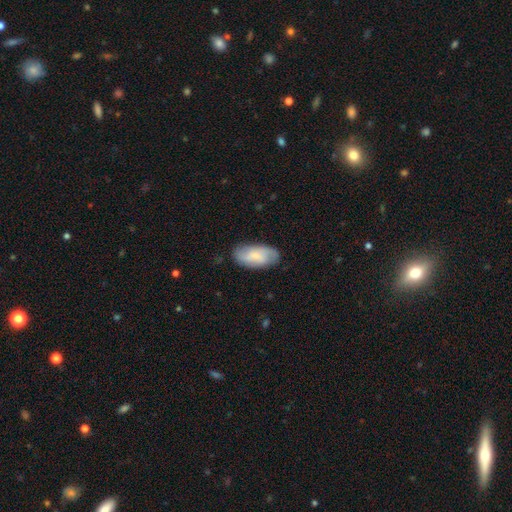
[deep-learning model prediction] smooth-or-featured: smooth: 63% | featured or disk: 31% | star or artifact: 6%
  how-rounded: in between: 93% | cigar-shaped: 5% | round: 3%
  merging: none: 79% | minor disturbance: 16% | major disturbance: 4% | merger: 1%